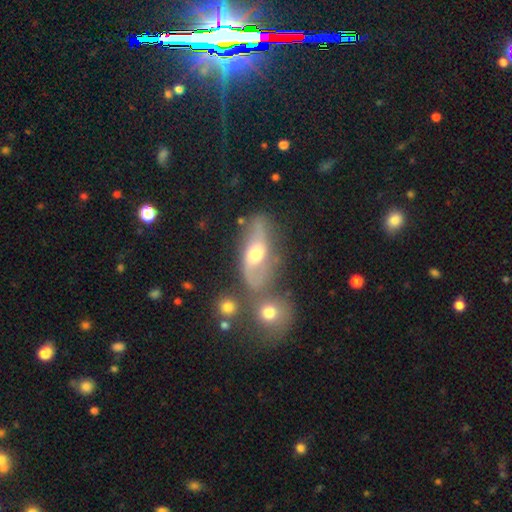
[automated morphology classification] Smooth or featured: featured or disk — 64% (smooth — 27%)
Edge-on disk: no — 82% (yes — 18%)
Bar: no — 55% (weak — 32%)
Spiral arms: yes — 79% (no — 21%)
Bulge size: moderate — 72% (small — 12%)
Merging: none — 52% (merger — 21%)